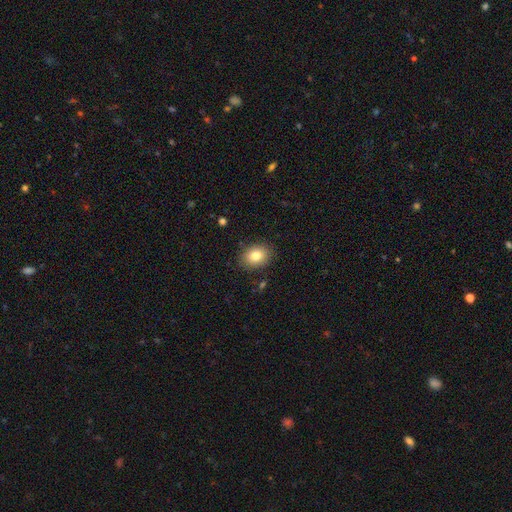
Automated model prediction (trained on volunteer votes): This appears to be a smooth galaxy with no disk features (83%) that is in between round and cigar-shaped (68%). Merging: none (87%).